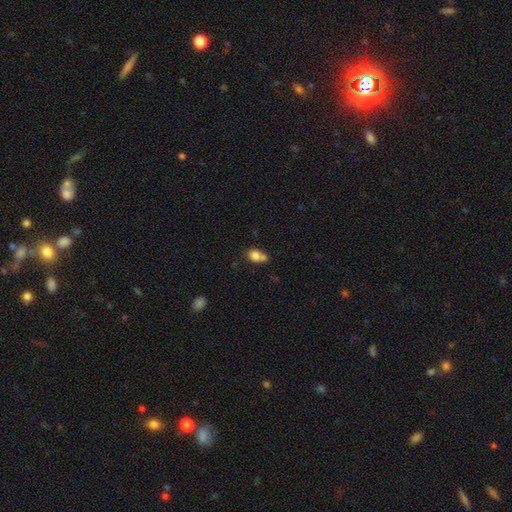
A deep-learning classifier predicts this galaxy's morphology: Smooth or featured? Predicted: smooth (p=0.78). How rounded? Predicted: round (p=0.51). Merging? Predicted: merger (p=0.45).